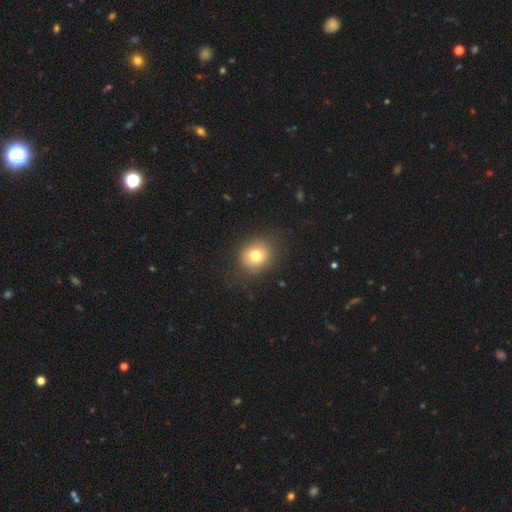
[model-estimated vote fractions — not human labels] A smooth galaxy with no disk features (78%) that is round (71%).

Vote fractions:
- Smooth or featured? smooth: 78% / featured or disk: 12% / star or artifact: 11%
- How rounded? round: 71% / in between: 28% / cigar-shaped: 1%
- Merging? none: 82% / minor disturbance: 13% / major disturbance: 5% / merger: 1%